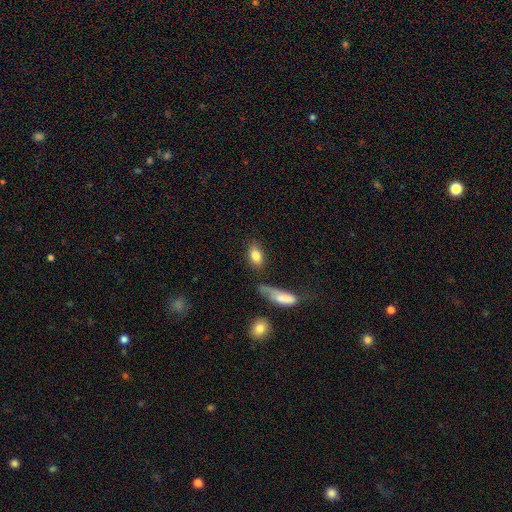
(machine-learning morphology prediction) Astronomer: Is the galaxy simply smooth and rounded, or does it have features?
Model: smooth — 82%.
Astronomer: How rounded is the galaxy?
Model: in between — 86%.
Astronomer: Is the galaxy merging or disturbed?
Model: none — 73%.